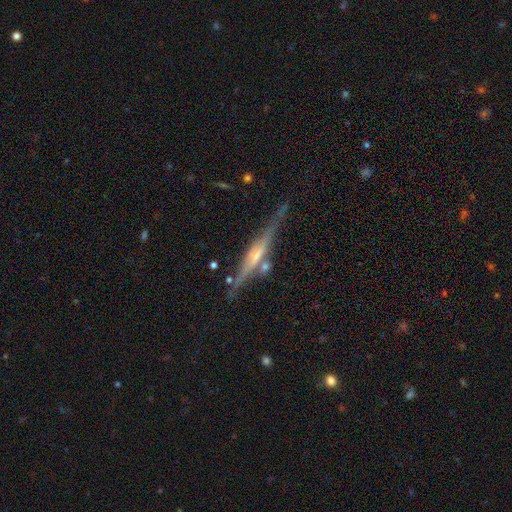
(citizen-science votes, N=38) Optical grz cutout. It shows a featured or disk galaxy (82%) viewed edge-on (100%) with a rounded central bulge (87%). Merging: none (81%).